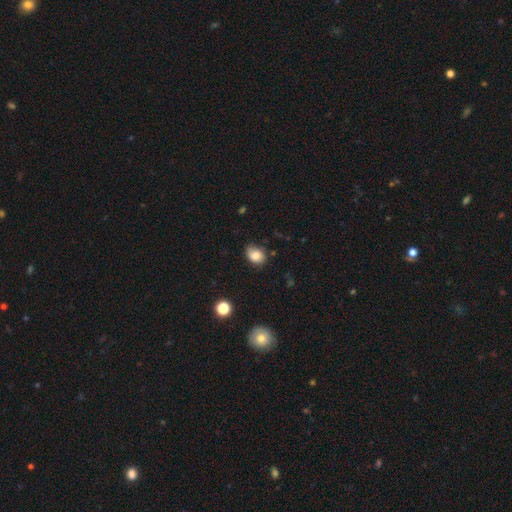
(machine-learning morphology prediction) type=smooth (81%); roundness=in between (67%); merging=none (71%).